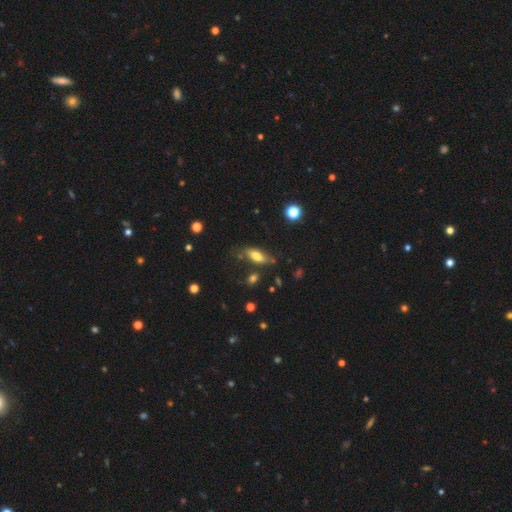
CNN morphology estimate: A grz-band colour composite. It shows a smooth galaxy with no disk features (69%) that is in between round and cigar-shaped (69%). Merging: none (68%).